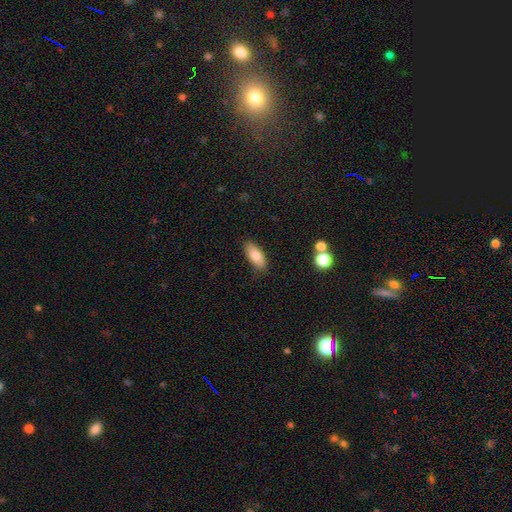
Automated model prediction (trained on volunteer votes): Q: Smooth or featured?
A: smooth (82%); runner-up: featured or disk (11%)
Q: How rounded?
A: in between (81%); runner-up: cigar-shaped (17%)
Q: Merging?
A: none (83%); runner-up: minor disturbance (12%)